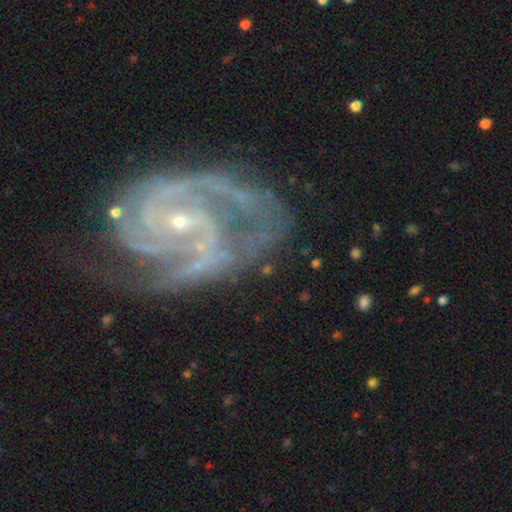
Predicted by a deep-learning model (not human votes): A featured or disk galaxy (92%) with no bar (51%), 3 (33%) tight (52%) spiral arms (98%) and a small central bulge (84%). Merging: none (60%).